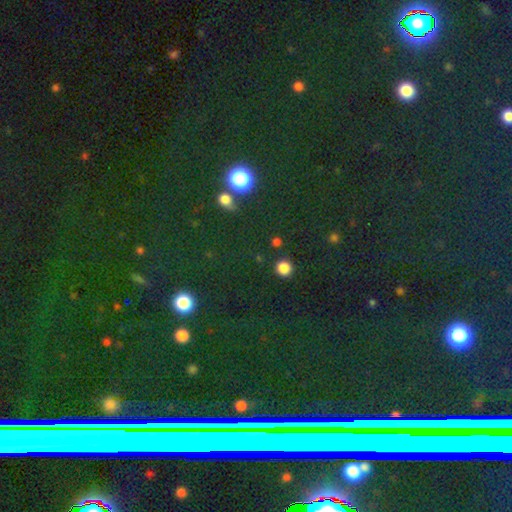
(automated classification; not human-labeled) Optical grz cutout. It shows a star or artifact, not a galaxy (71%).